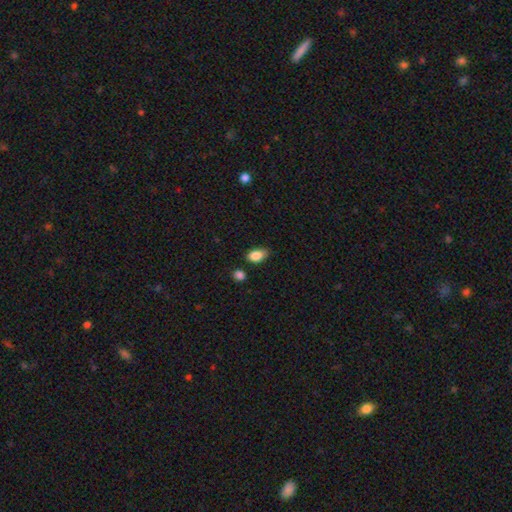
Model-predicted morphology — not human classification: A smooth galaxy with no disk features (86%) that is in between round and cigar-shaped (88%).

Vote fractions:
- Smooth or featured? smooth: 86% / star or artifact: 8% / featured or disk: 6%
- How rounded? in between: 88% / round: 10% / cigar-shaped: 3%
- Merging? none: 64% / minor disturbance: 27% / merger: 4% / major disturbance: 4%